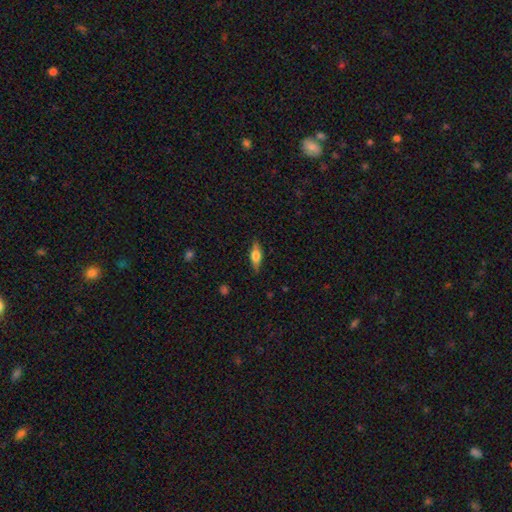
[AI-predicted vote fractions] The model was most divided on "smooth or featured": smooth: 52%, featured or disk: 41%, star or artifact: 7%. More confident: merging — none (84%); how rounded — in between (60%).